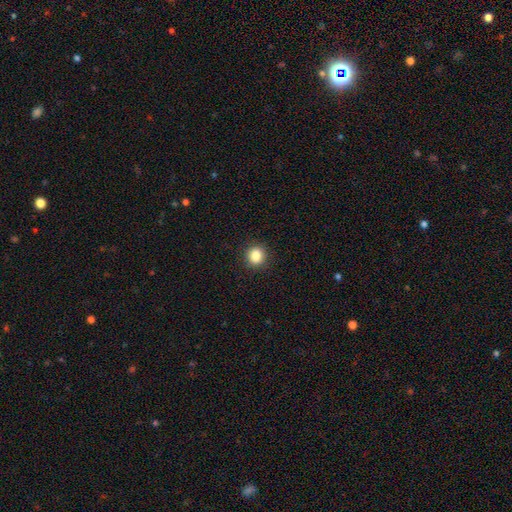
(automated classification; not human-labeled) Q: Smooth or featured?
A: smooth (85%); runner-up: star or artifact (10%)
Q: How rounded?
A: round (86%); runner-up: in between (13%)
Q: Merging?
A: none (91%); runner-up: minor disturbance (6%)